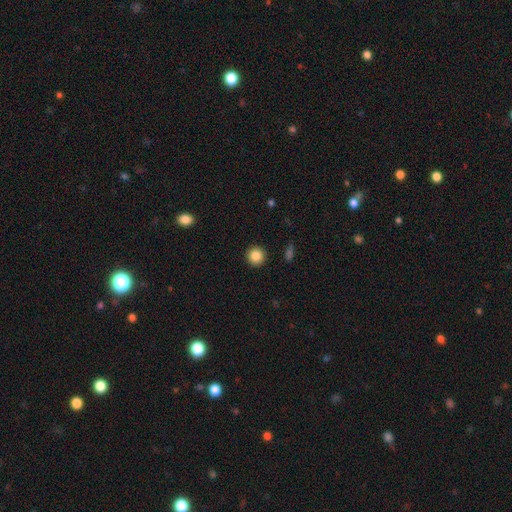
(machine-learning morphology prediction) Smooth or featured: smooth — 85% (star or artifact — 10%)
How rounded: round — 95% (in between — 4%)
Merging: none — 93% (minor disturbance — 5%)